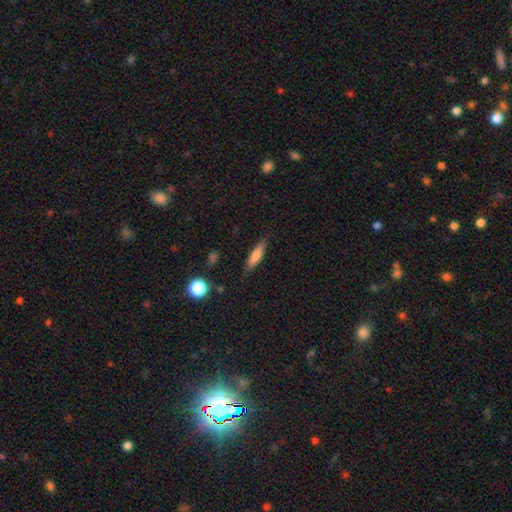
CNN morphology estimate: This appears to be a smooth galaxy with no disk features (71%) that is cigar-shaped (72%). Merging: none (85%).